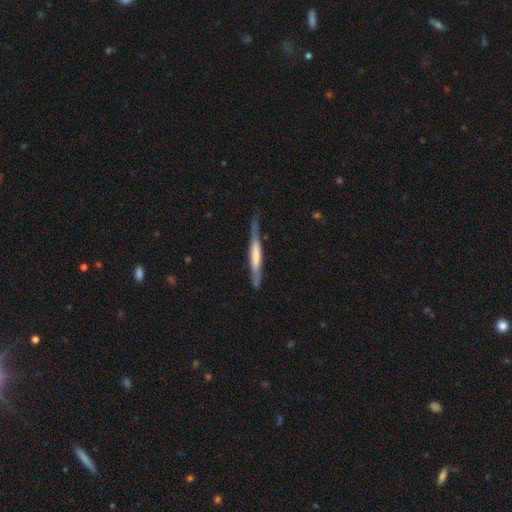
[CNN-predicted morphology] This appears to be a featured or disk galaxy (48%). Merging: none (68%).